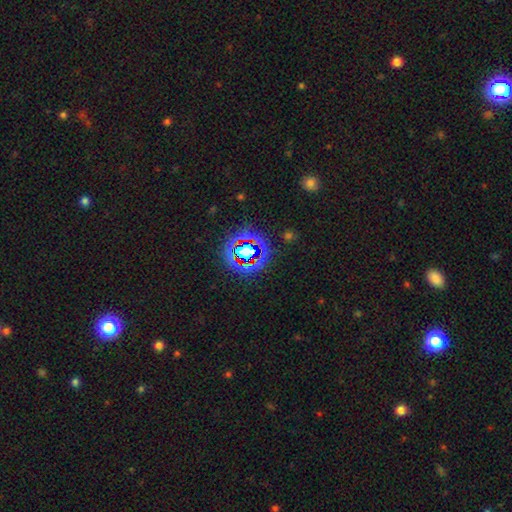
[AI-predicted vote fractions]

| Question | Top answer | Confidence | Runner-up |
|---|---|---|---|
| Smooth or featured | star or artifact | 75% | smooth (15%) |